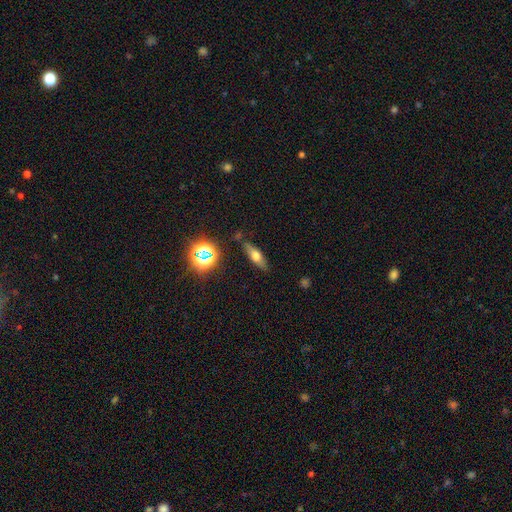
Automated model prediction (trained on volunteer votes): smooth 52%, featured or disk 35%, star or artifact 13%. Down the decision tree: how rounded — in between (48%); merging — none (80%).